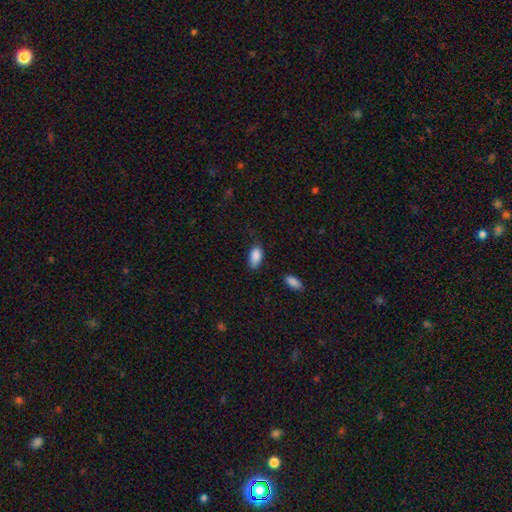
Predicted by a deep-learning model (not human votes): Smooth or featured? Predicted: smooth (p=0.88). How rounded? Predicted: in between (p=0.93). Merging? Predicted: none (p=0.63).